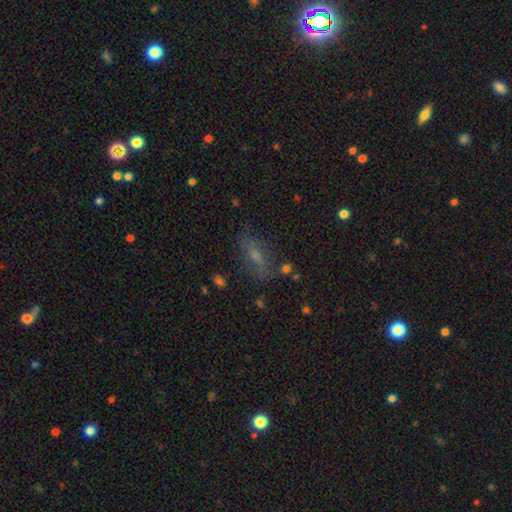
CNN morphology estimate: Smooth or featured: smooth — 44% (featured or disk — 36%)
Merging: none — 71% (minor disturbance — 17%)